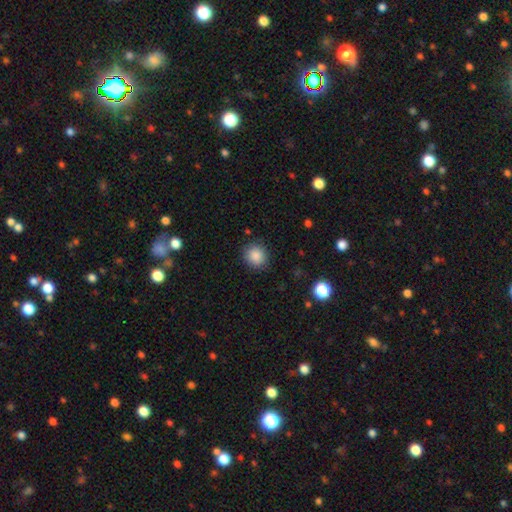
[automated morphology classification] This appears to be a smooth galaxy with no disk features (87%) that is round (88%). Merging: none (88%).